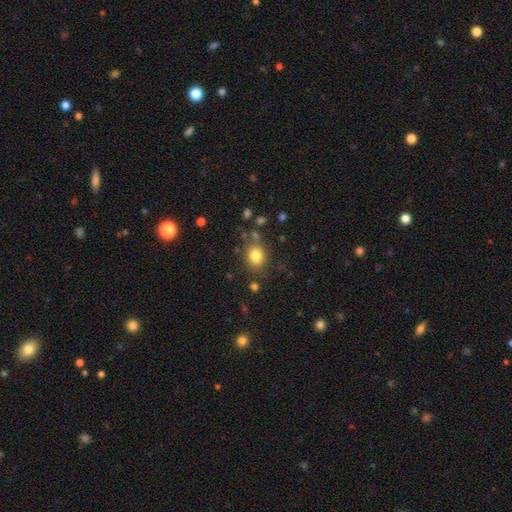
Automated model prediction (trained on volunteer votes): This appears to be a smooth galaxy with no disk features (81%) that is round (67%). Merging: none (76%).